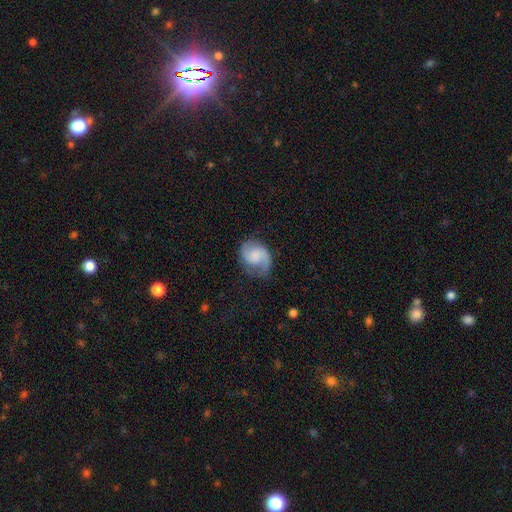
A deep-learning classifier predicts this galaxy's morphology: This is likely a featured or disk galaxy (72%). It is clearly not viewed edge-on (98%). Bar: possibly no (55%). Spiral arm pattern: clearly yes (95%). Spiral arm count: clearly 2 (81%). Spiral winding: possibly medium (50%). Central bulge: marginally none (37%). Merging: likely none (67%).